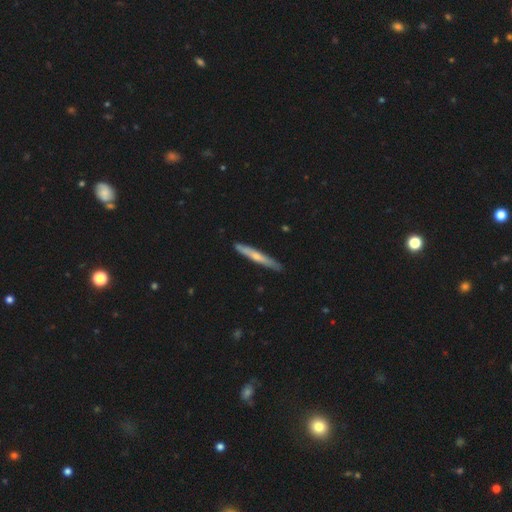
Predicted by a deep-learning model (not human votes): smooth-or-featured: featured or disk: 48% | smooth: 47% | star or artifact: 5%
  merging: none: 88% | minor disturbance: 9% | major disturbance: 1% | merger: 1%